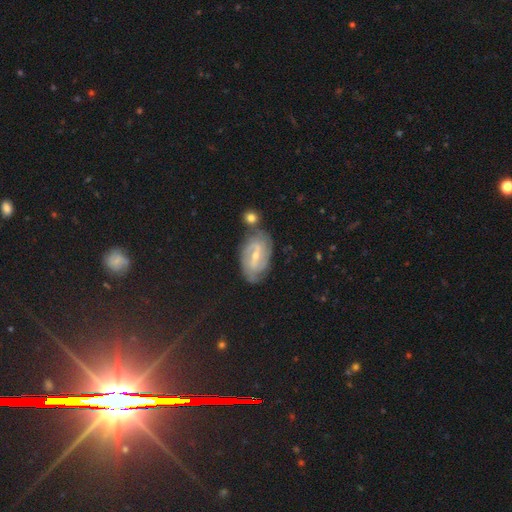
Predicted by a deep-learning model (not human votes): This is likely a featured or disk galaxy (80%). It is clearly not viewed edge-on (95%). Bar: possibly weak (48%). Spiral arm pattern: clearly yes (93%). Spiral arm count: possibly 2 (55%). Spiral winding: possibly tight (52%). Central bulge: likely small (60%). Merging: likely none (70%).